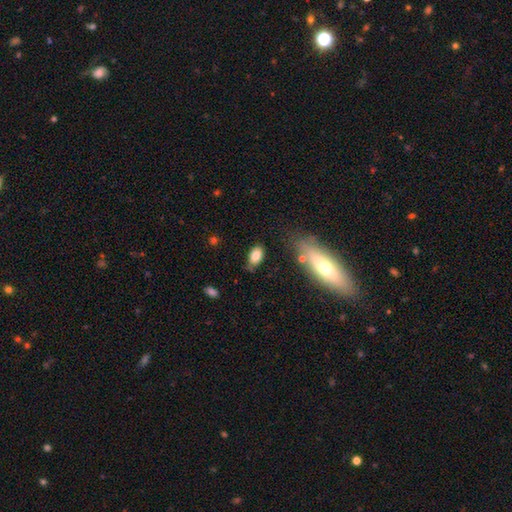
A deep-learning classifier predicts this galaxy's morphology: The model was most divided on "merging": none: 73%, minor disturbance: 19%, major disturbance: 5%, merger: 4%. More confident: how rounded — in between (90%); smooth or featured — smooth (81%).